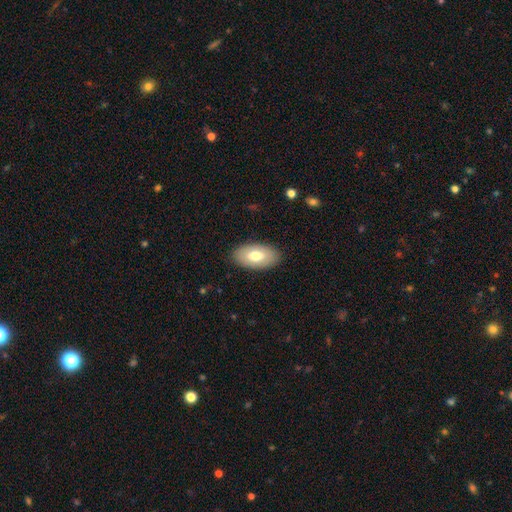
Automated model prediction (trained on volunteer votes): Smooth or featured? smooth (71%)
How rounded? in between (95%)
Merging? none (88%)